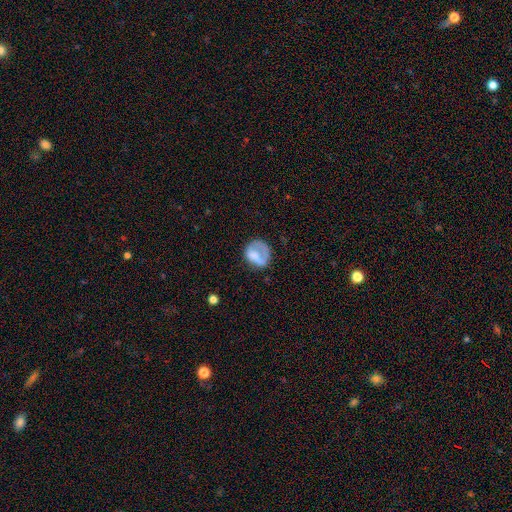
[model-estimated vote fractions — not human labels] A smooth galaxy with no disk features (61%) that is round (65%).

Vote fractions:
- Smooth or featured? smooth: 61% / featured or disk: 31% / star or artifact: 8%
- How rounded? round: 65% / in between: 34% / cigar-shaped: 1%
- Merging? none: 43% / major disturbance: 30% / minor disturbance: 23% / merger: 3%